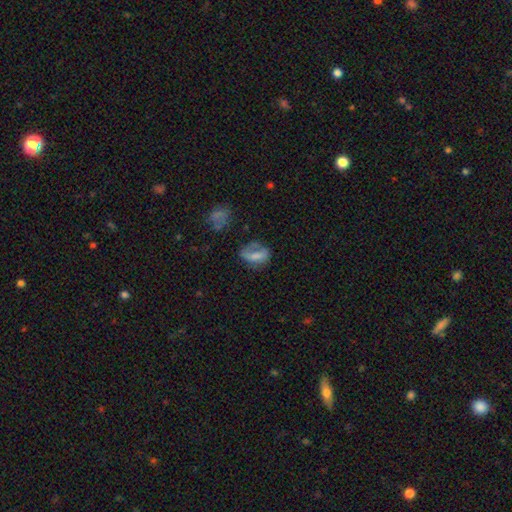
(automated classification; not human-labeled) Smooth or featured? smooth (58%)
How rounded? in between (74%)
Merging? none (41%)